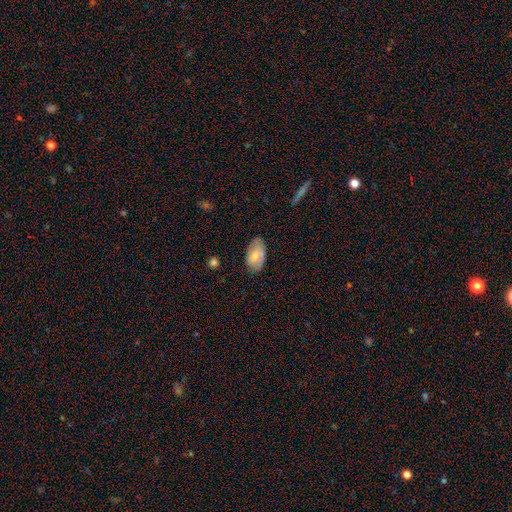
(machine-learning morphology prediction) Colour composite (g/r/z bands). It shows a smooth galaxy with no disk features (70%) that is in between round and cigar-shaped (93%). Merging: none (71%).